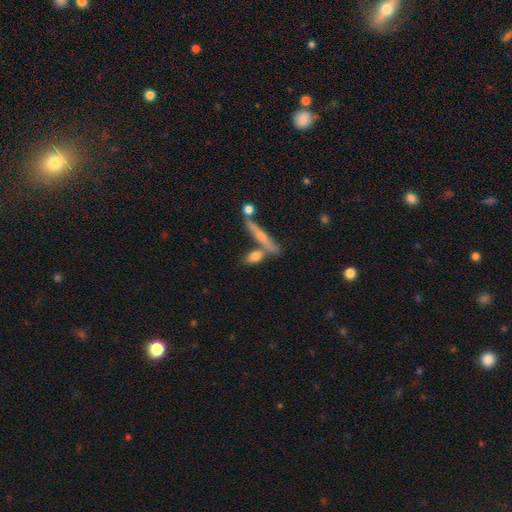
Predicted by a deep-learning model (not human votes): Overall: smooth (67%). How rounded: cigar-shaped (52%; in between 41%). Merging: none (57%; merger 25%).